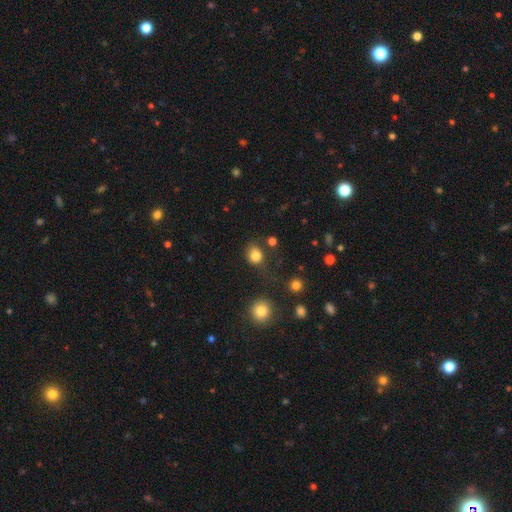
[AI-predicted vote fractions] Smooth or featured: smooth — 82% (star or artifact — 12%)
How rounded: round — 69% (in between — 30%)
Merging: none — 67% (minor disturbance — 19%)